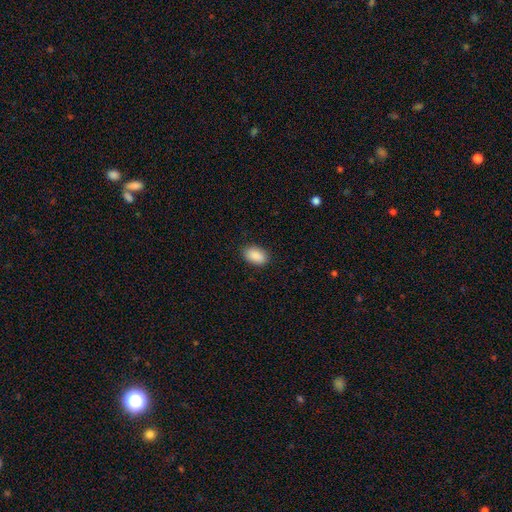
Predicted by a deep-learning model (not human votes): Smooth or featured?
  - smooth: 90% *
  - star or artifact: 7%
  - featured or disk: 3%
How rounded?
  - in between: 92% *
  - round: 6%
  - cigar-shaped: 1%
Merging?
  - none: 88% *
  - minor disturbance: 9%
  - major disturbance: 2%
  - merger: 1%